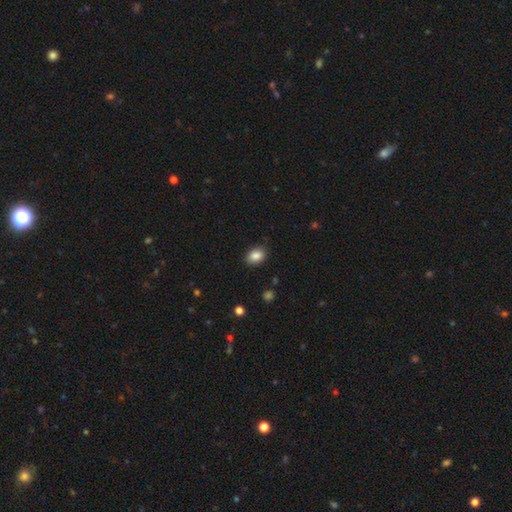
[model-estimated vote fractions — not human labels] smooth-or-featured: smooth: 86% | star or artifact: 9% | featured or disk: 5%
  how-rounded: in between: 74% | round: 25% | cigar-shaped: 1%
  merging: none: 86% | minor disturbance: 10% | major disturbance: 2% | merger: 1%